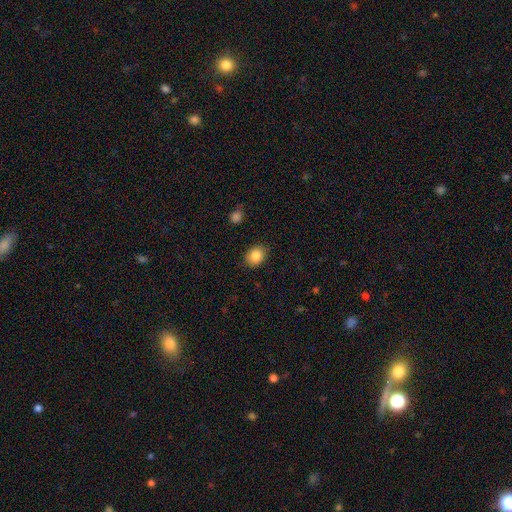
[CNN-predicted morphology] This appears to be a smooth galaxy with no disk features (86%) that is in between round and cigar-shaped (59%). Merging: none (86%).